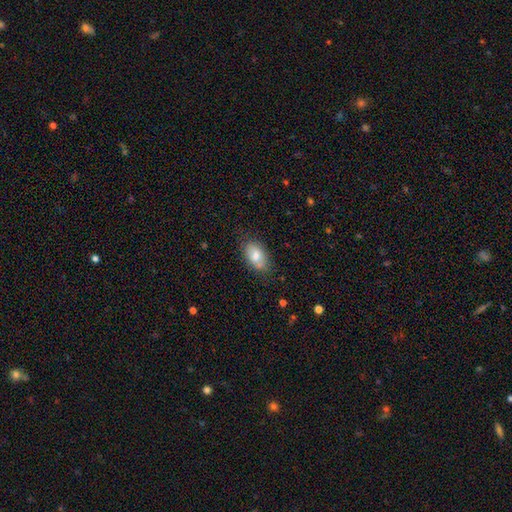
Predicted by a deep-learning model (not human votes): Smooth or featured: smooth — 76% (featured or disk — 17%)
How rounded: in between — 91% (round — 7%)
Merging: none — 75% (minor disturbance — 18%)